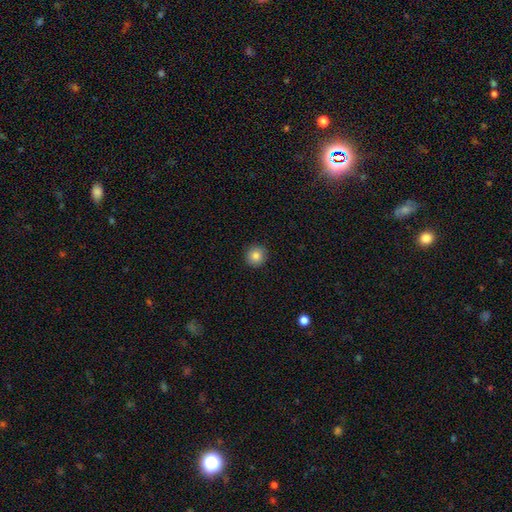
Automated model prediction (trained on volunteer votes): Q: Smooth or featured?
A: smooth (82%); runner-up: star or artifact (10%)
Q: How rounded?
A: round (94%); runner-up: in between (5%)
Q: Merging?
A: none (92%); runner-up: minor disturbance (5%)